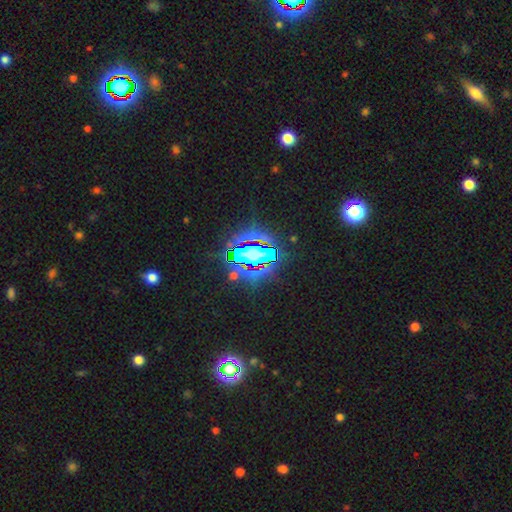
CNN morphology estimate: type=star or artifact (70%).